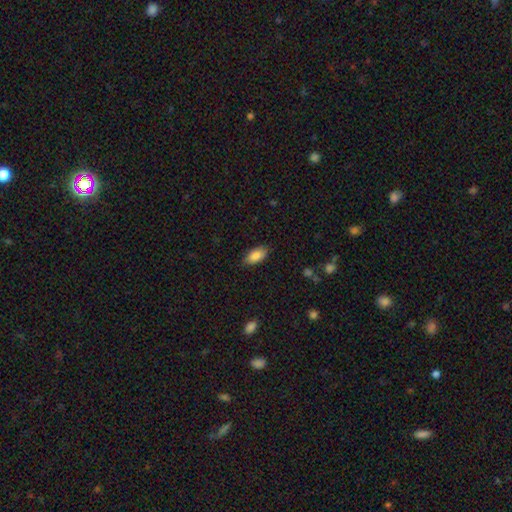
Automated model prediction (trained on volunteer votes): Smooth or featured? Predicted: smooth (p=0.87). How rounded? Predicted: in between (p=0.91). Merging? Predicted: none (p=0.85).